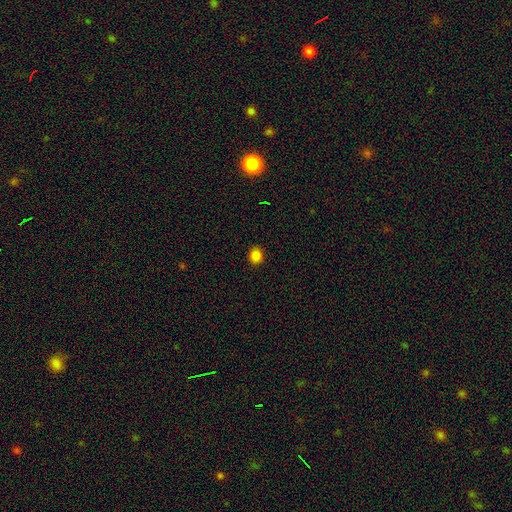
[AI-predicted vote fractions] Smooth or featured? Predicted: smooth (p=0.84). How rounded? Predicted: round (p=0.66). Merging? Predicted: none (p=0.90).